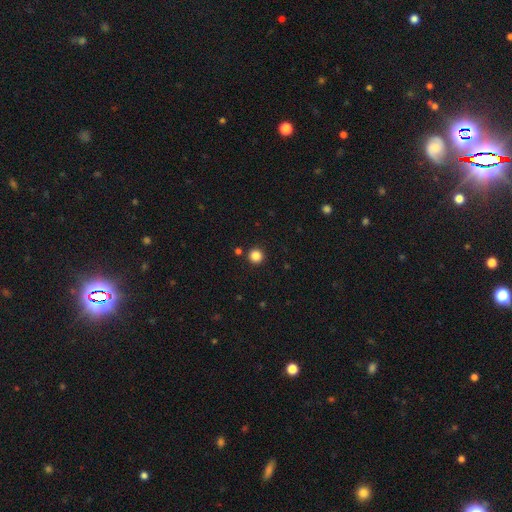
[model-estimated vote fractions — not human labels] Smooth or featured? Predicted: smooth (p=0.85). How rounded? Predicted: round (p=0.94). Merging? Predicted: none (p=0.91).